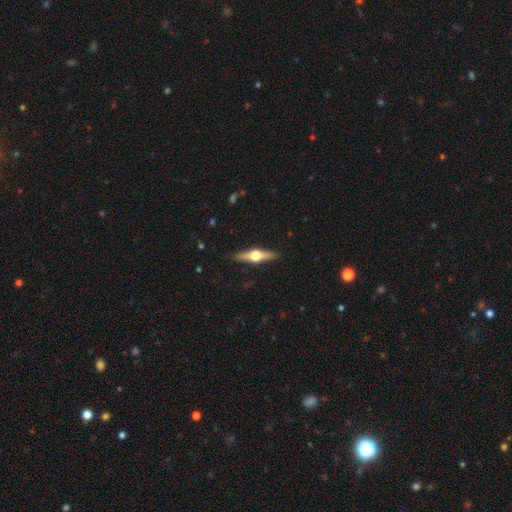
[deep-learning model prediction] This is likely a featured or disk galaxy (74%). It is clearly viewed edge-on (97%). Edge-on bulge: clearly rounded (96%). Merging: clearly none (90%).